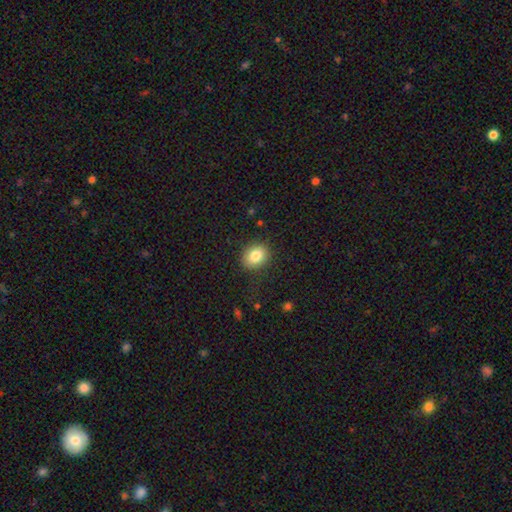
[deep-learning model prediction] Smooth or featured? Predicted: smooth (p=0.83). How rounded? Predicted: in between (p=0.52). Merging? Predicted: none (p=0.86).